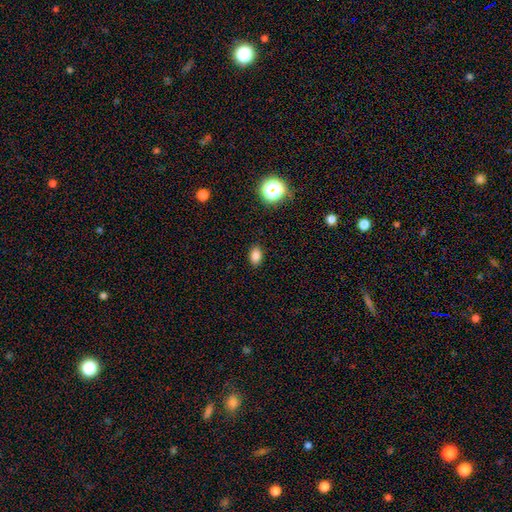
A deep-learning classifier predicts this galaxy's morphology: Smooth or featured?
  - smooth: 83% *
  - star or artifact: 13%
  - featured or disk: 5%
How rounded?
  - in between: 84% *
  - round: 14%
  - cigar-shaped: 2%
Merging?
  - none: 88% *
  - minor disturbance: 9%
  - major disturbance: 2%
  - merger: 1%